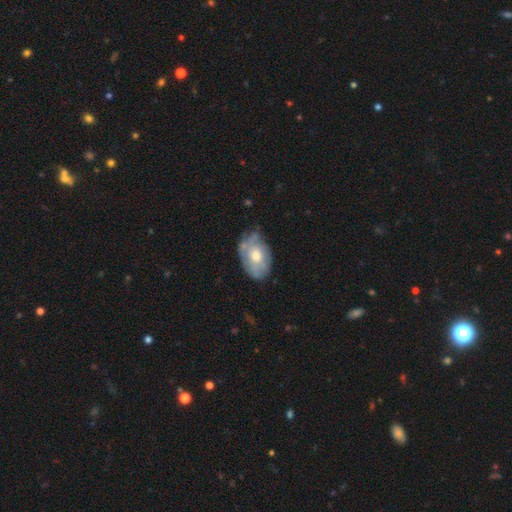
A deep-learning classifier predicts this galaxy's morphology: This is possibly a featured or disk galaxy (48%). Merging: possibly none (56%).